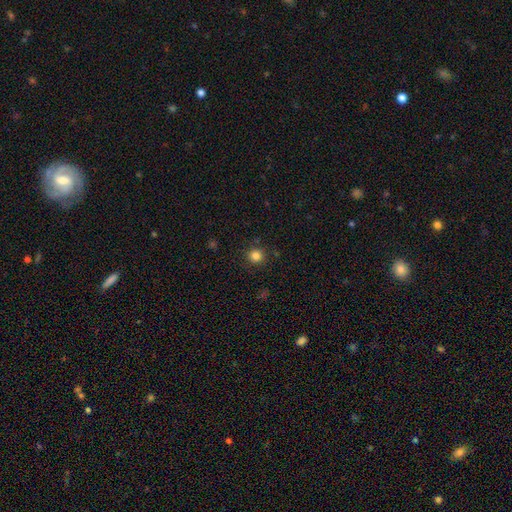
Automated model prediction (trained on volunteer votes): This is clearly a smooth galaxy (82%). How rounded: clearly round (94%). Merging: clearly none (90%).